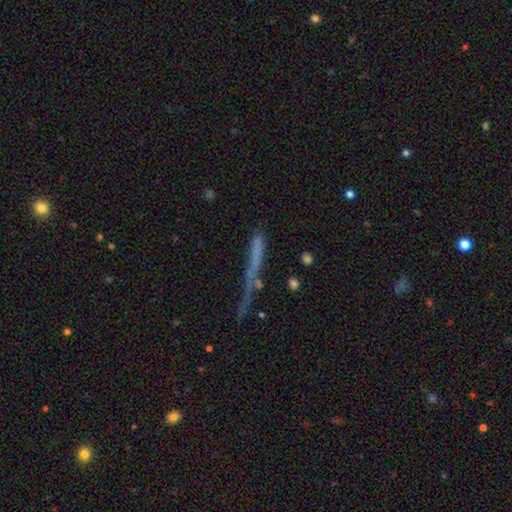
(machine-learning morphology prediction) Q: Smooth or featured?
A: smooth (48%); runner-up: featured or disk (35%)
Q: Merging?
A: none (51%); runner-up: minor disturbance (21%)